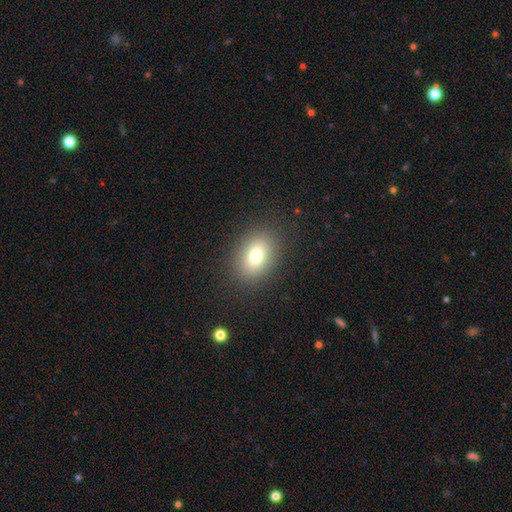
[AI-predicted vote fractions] Smooth or featured?
  - smooth: 76% *
  - featured or disk: 12%
  - star or artifact: 12%
How rounded?
  - in between: 69% *
  - round: 30%
  - cigar-shaped: 1%
Merging?
  - none: 87% *
  - minor disturbance: 8%
  - major disturbance: 4%
  - merger: 1%